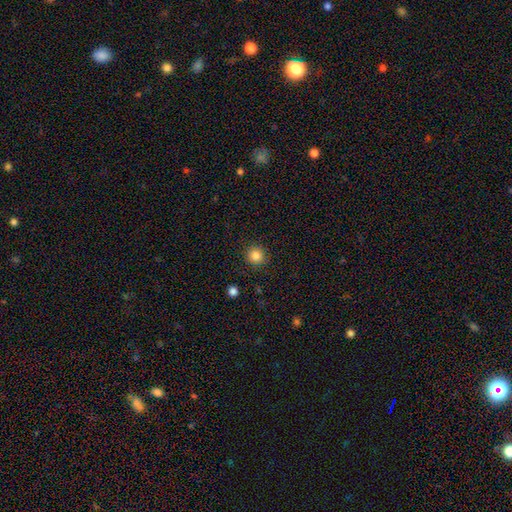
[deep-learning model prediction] This is clearly a smooth galaxy (85%). How rounded: clearly round (94%). Merging: clearly none (91%).